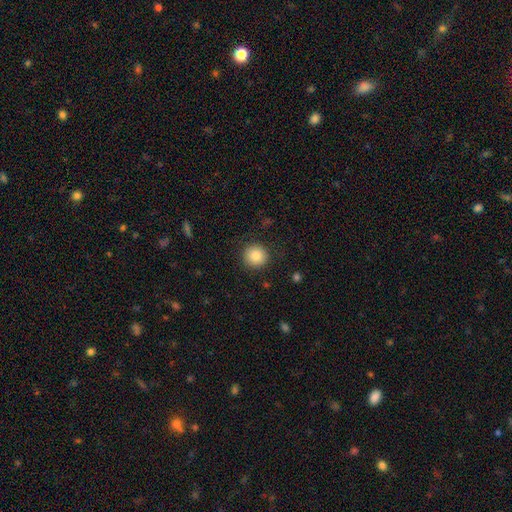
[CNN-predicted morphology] Smooth or featured?
  - smooth: 84% *
  - star or artifact: 9%
  - featured or disk: 7%
How rounded?
  - round: 93% *
  - in between: 6%
  - cigar-shaped: 1%
Merging?
  - none: 89% *
  - minor disturbance: 7%
  - major disturbance: 3%
  - merger: 1%